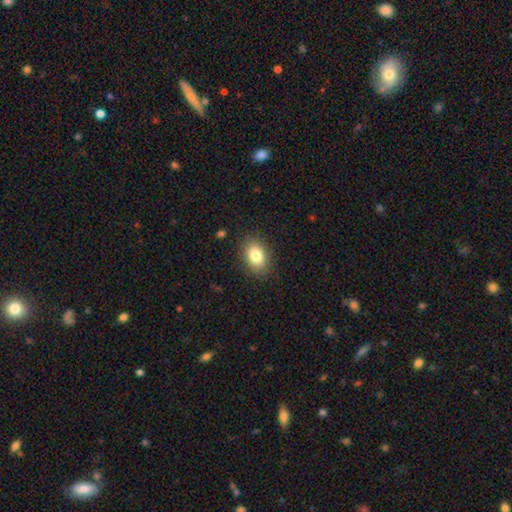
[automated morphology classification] Overall: smooth (83%). How rounded: in between (82%). Merging: none (86%).